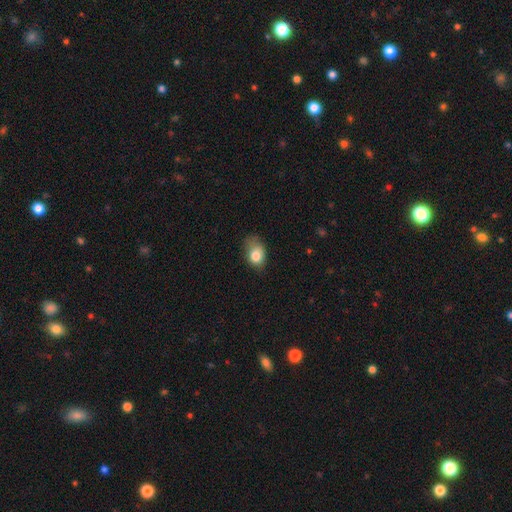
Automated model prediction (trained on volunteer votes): Q: Smooth or featured?
A: smooth (80%); runner-up: featured or disk (12%)
Q: How rounded?
A: in between (75%); runner-up: round (24%)
Q: Merging?
A: none (41%); runner-up: minor disturbance (39%)